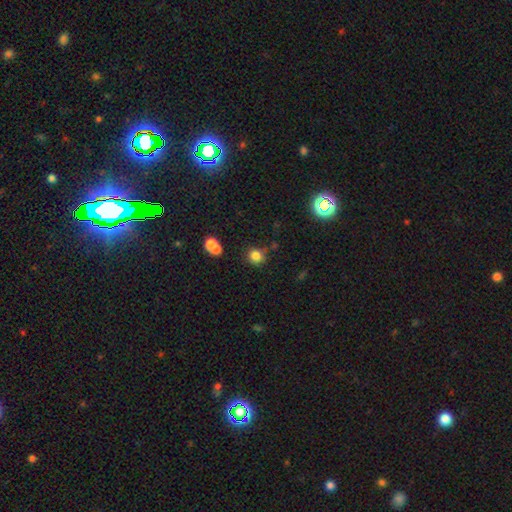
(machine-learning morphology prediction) smooth 81%, star or artifact 13%, featured or disk 6%. Down the decision tree: how rounded — round (88%); merging — none (75%).